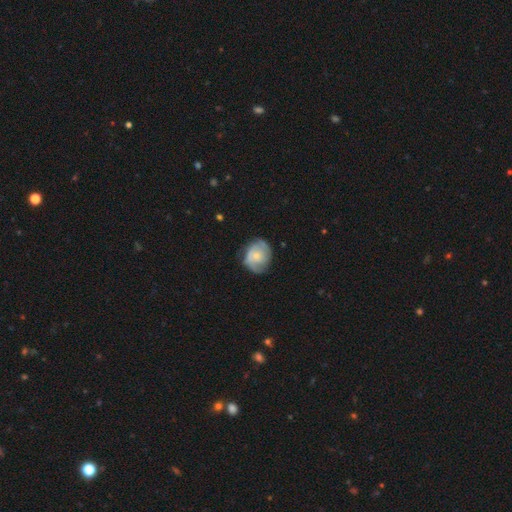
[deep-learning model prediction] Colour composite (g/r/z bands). It shows a featured or disk galaxy (54%) with no bar (80%), spiral arms (72%) and a small central bulge (63%). Merging: none (63%).